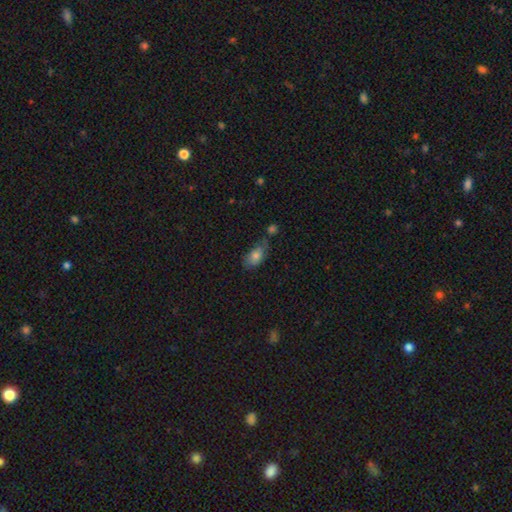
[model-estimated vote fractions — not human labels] smooth-or-featured: smooth: 76% | featured or disk: 15% | star or artifact: 9%
  how-rounded: in between: 90% | round: 6% | cigar-shaped: 4%
  merging: none: 51% | minor disturbance: 26% | merger: 14% | major disturbance: 10%